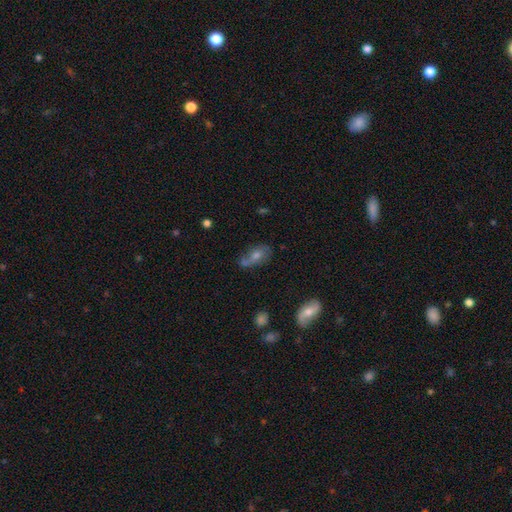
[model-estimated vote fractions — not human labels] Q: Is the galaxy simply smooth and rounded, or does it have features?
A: smooth — 46%.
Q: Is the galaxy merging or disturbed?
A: none — 49%.